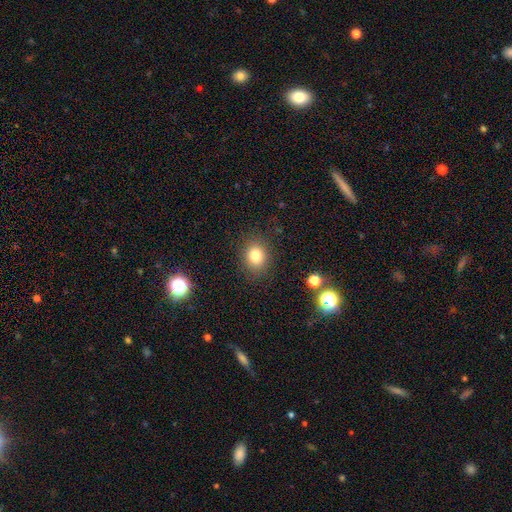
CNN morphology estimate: Overall: smooth (81%). How rounded: round (59%; in between 40%). Merging: none (86%).